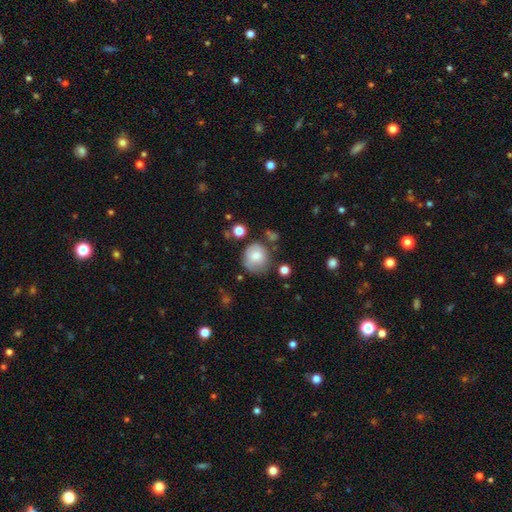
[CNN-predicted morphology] A smooth galaxy with no disk features (76%) that is round (82%).

Vote fractions:
- Smooth or featured? smooth: 76% / featured or disk: 15% / star or artifact: 9%
- How rounded? round: 82% / in between: 17% / cigar-shaped: 1%
- Merging? none: 59% / minor disturbance: 26% / major disturbance: 10% / merger: 6%